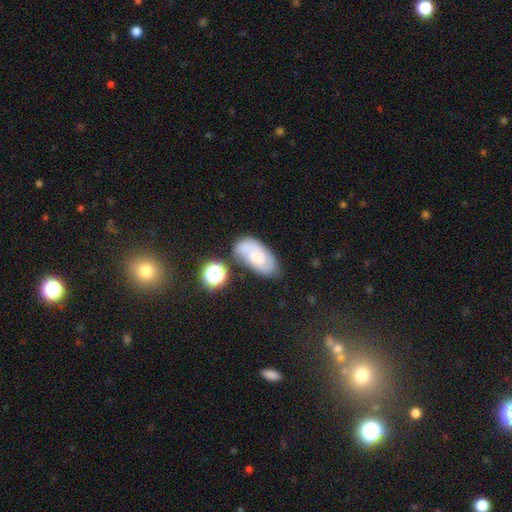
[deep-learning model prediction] Morphology: type=featured or disk (51%); edge-on=no (94%); merging=none (52%).